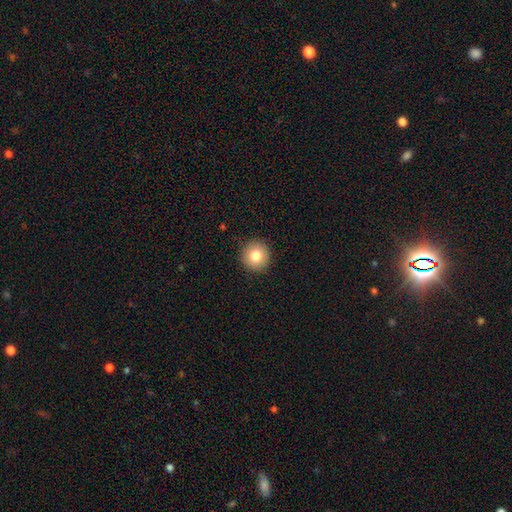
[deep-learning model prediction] A smooth galaxy with no disk features (81%) that is round (94%). Merging: none (91%).